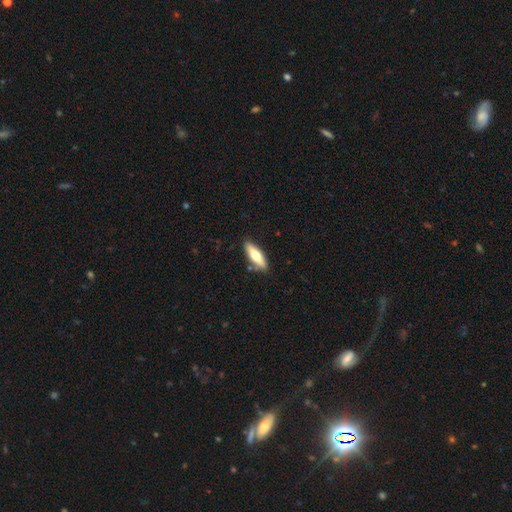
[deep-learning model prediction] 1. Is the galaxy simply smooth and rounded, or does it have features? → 60% smooth, 34% featured or disk, 5% star or artifact.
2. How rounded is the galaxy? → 53% cigar-shaped, 45% in between, 2% round.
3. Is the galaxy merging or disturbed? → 85% none, 10% minor disturbance, 3% merger, 2% major disturbance.